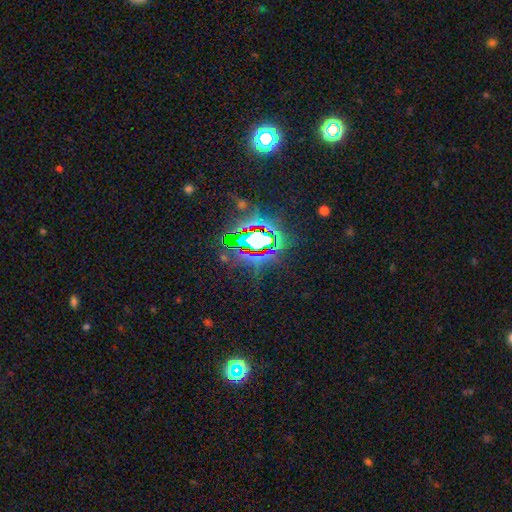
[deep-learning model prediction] The model was most divided on "smooth or featured": star or artifact: 78%, featured or disk: 11%, smooth: 11%.